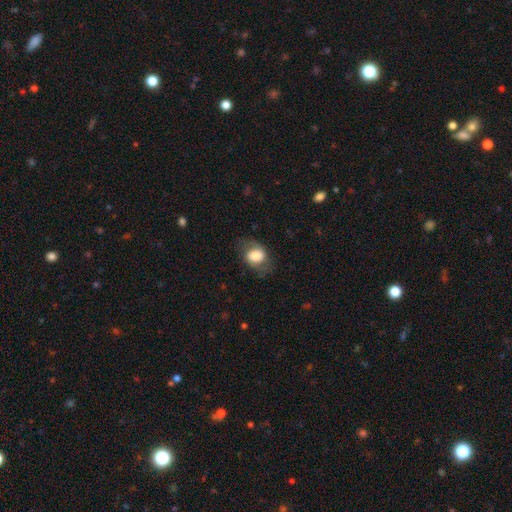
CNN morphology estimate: Smooth or featured? Predicted: smooth (p=0.70). How rounded? Predicted: in between (p=0.63). Merging? Predicted: none (p=0.67).